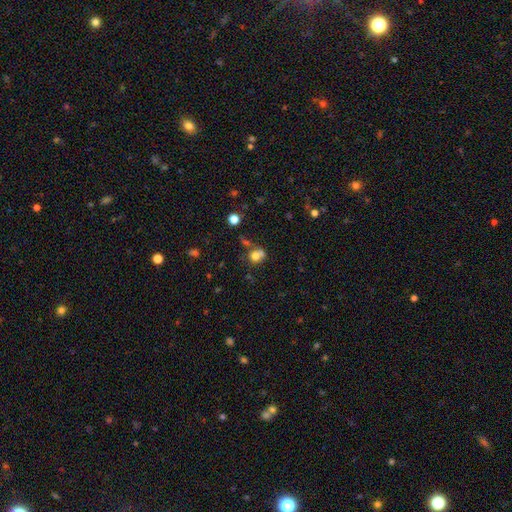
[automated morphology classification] Smooth or featured?
  - smooth: 72% *
  - star or artifact: 15%
  - featured or disk: 14%
How rounded?
  - round: 77% *
  - in between: 22%
  - cigar-shaped: 1%
Merging?
  - merger: 43% *
  - none: 40%
  - minor disturbance: 11%
  - major disturbance: 6%